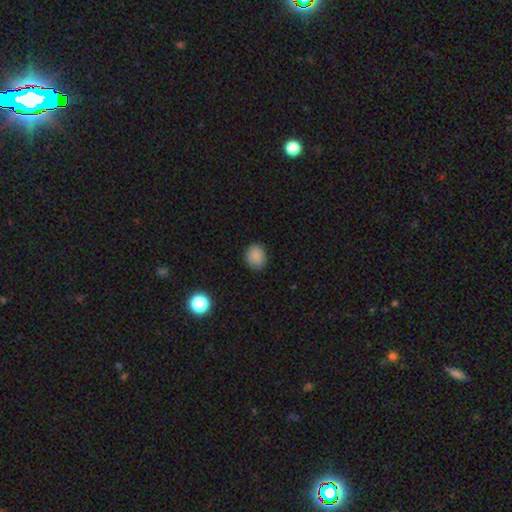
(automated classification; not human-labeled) smooth-or-featured: smooth: 86% | star or artifact: 10% | featured or disk: 4%
  how-rounded: round: 66% | in between: 33% | cigar-shaped: 1%
  merging: none: 86% | minor disturbance: 11% | major disturbance: 2% | merger: 1%